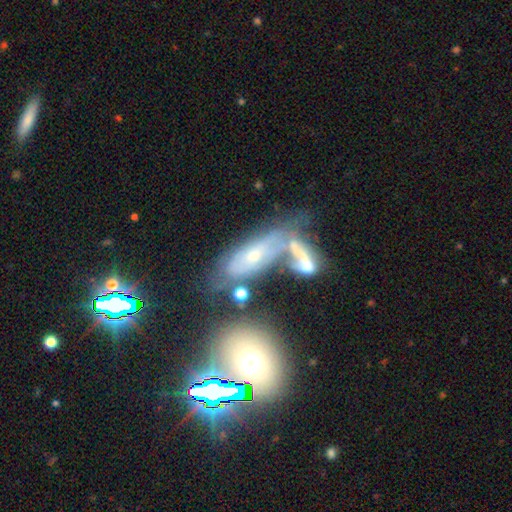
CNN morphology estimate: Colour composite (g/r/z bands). It shows a featured or disk galaxy (47%). Merging: none (37%).